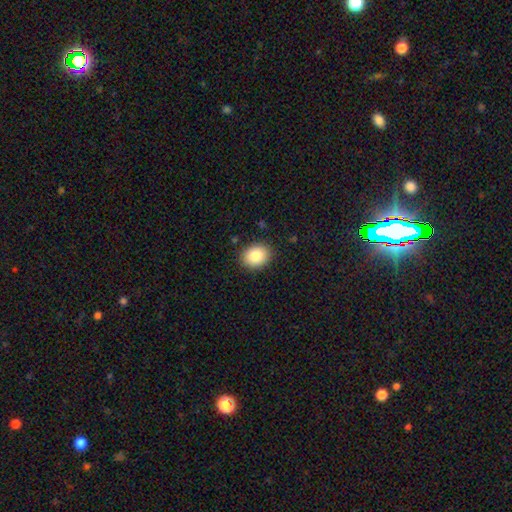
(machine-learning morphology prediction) This is clearly a smooth galaxy (85%). How rounded: possibly round (54%). Merging: clearly none (88%).